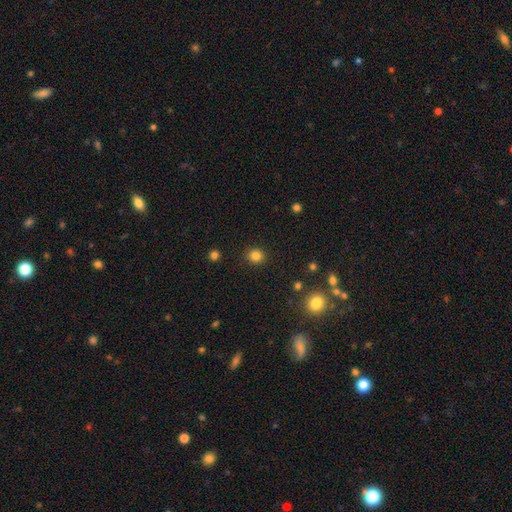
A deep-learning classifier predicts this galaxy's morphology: smooth 83%, star or artifact 12%, featured or disk 4%. Down the decision tree: how rounded — round (86%); merging — none (91%).